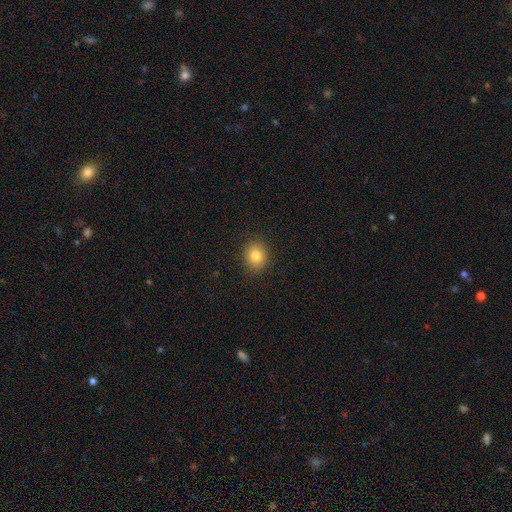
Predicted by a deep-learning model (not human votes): smooth_or_featured: smooth (p=0.81) [alt: star or artifact p=0.10]
how_rounded: round (p=0.68) [alt: in between p=0.31]
merging: none (p=0.88) [alt: minor disturbance p=0.09]